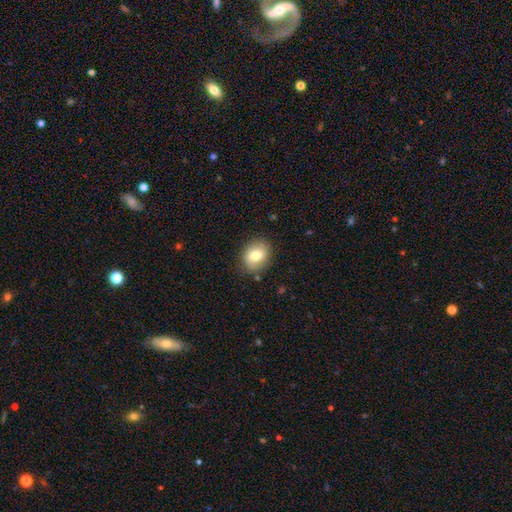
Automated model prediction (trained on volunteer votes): smooth-or-featured: smooth: 71% | featured or disk: 21% | star or artifact: 8%
  how-rounded: round: 51% | in between: 48% | cigar-shaped: 1%
  merging: none: 82% | minor disturbance: 13% | major disturbance: 3% | merger: 2%